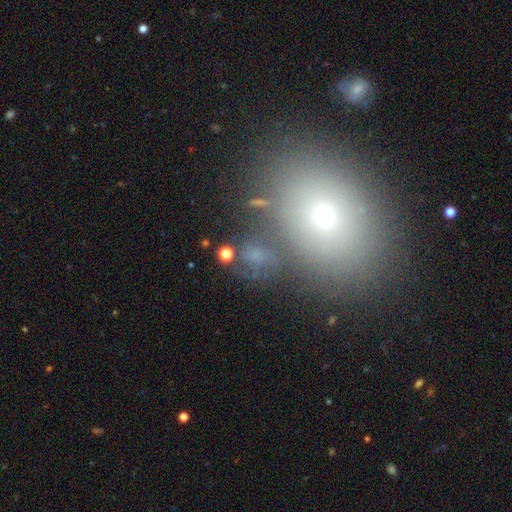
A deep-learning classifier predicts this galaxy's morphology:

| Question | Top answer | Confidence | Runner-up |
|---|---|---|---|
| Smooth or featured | smooth | 43% | featured or disk (29%) |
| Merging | none | 57% | minor disturbance (17%) |